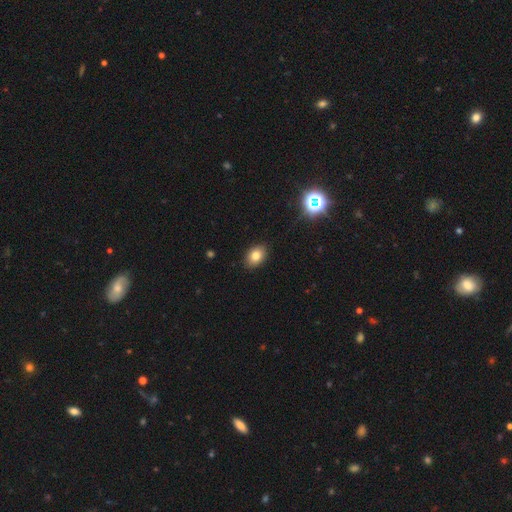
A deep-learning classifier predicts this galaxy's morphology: The model was most divided on "how rounded": in between: 77%, round: 22%, cigar-shaped: 1%. More confident: merging — none (89%); smooth or featured — smooth (80%).